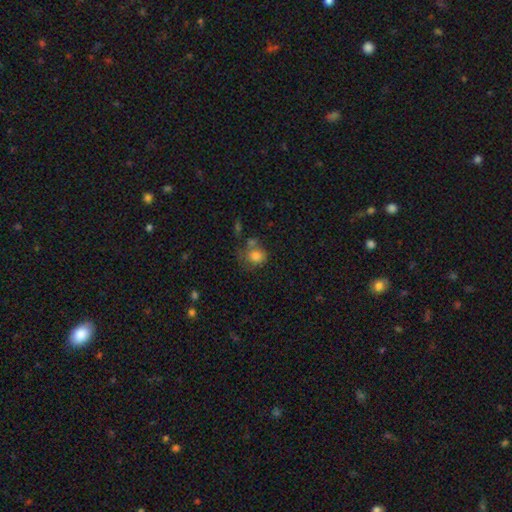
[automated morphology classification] smooth_or_featured: smooth (p=0.78) [alt: featured or disk p=0.12]
how_rounded: round (p=0.72) [alt: in between p=0.27]
merging: none (p=0.44) [alt: merger p=0.23]